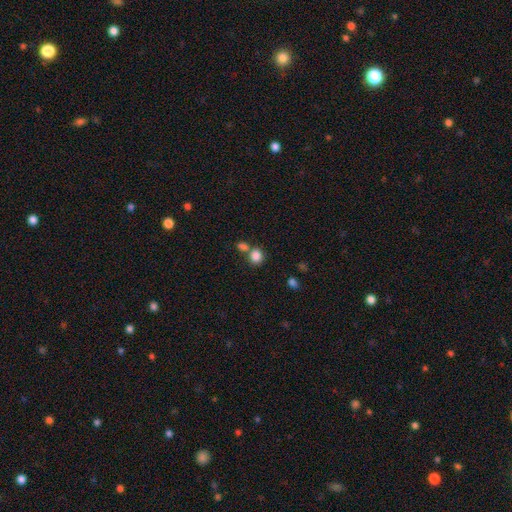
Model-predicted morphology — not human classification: smooth-or-featured: smooth: 85% | star or artifact: 10% | featured or disk: 6%
  how-rounded: round: 73% | in between: 26% | cigar-shaped: 1%
  merging: none: 52% | merger: 35% | minor disturbance: 9% | major disturbance: 4%